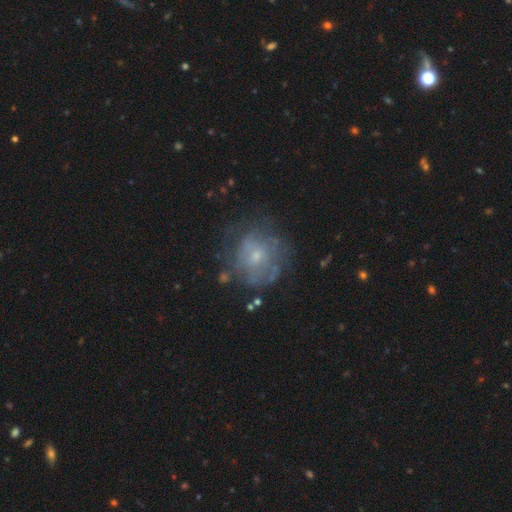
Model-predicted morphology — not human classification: This appears to be a featured or disk galaxy (57%) with no bar (77%), no spiral arms (53%) and a small central bulge (62%). Merging: none (65%).